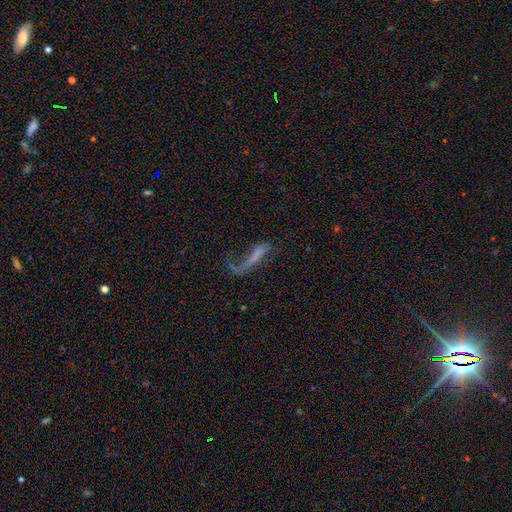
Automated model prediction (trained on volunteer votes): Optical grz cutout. It shows a featured or disk galaxy (45%). Merging: major disturbance (43%).